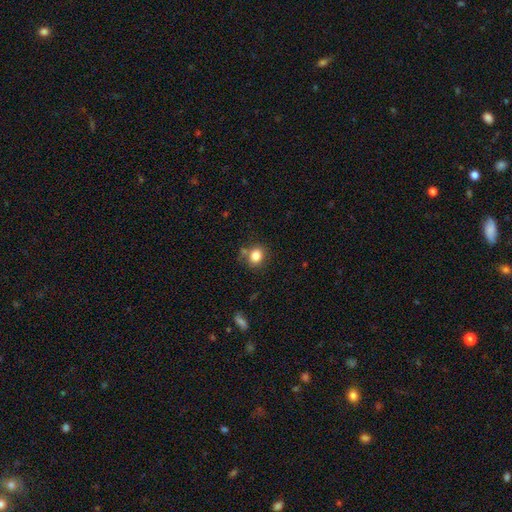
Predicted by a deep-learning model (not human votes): The model was most divided on "how rounded": round: 63%, in between: 36%, cigar-shaped: 1%. More confident: smooth or featured — smooth (82%); merging — none (70%).